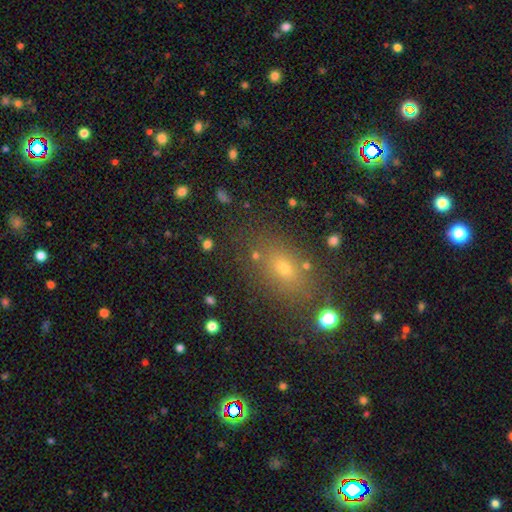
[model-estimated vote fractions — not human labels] A smooth galaxy with no disk features (65%) that is in between round and cigar-shaped (71%).

Vote fractions:
- Smooth or featured? smooth: 65% / star or artifact: 21% / featured or disk: 14%
- How rounded? in between: 71% / round: 25% / cigar-shaped: 5%
- Merging? none: 79% / minor disturbance: 12% / merger: 5% / major disturbance: 5%